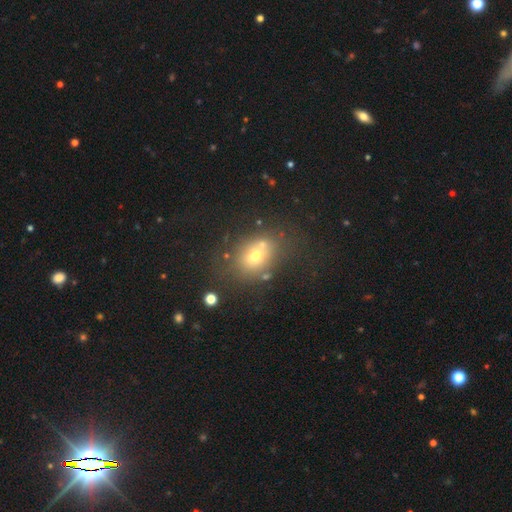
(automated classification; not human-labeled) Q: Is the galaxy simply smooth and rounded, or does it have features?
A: smooth — 64%.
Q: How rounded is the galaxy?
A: in between — 52%.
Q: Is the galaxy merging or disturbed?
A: none — 60%.